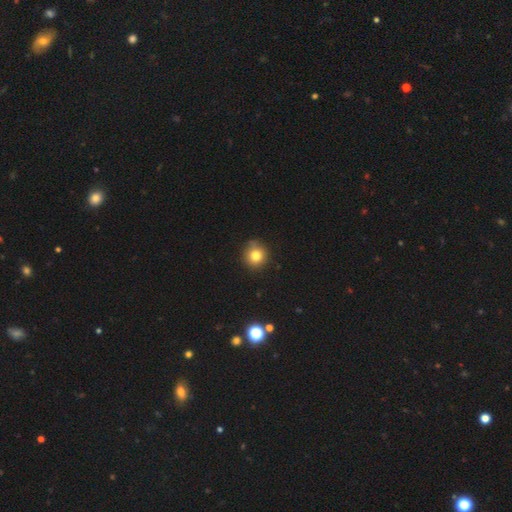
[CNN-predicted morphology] smooth_or_featured: smooth (p=0.79) [alt: star or artifact p=0.13]
how_rounded: round (p=0.91) [alt: in between p=0.08]
merging: none (p=0.82) [alt: minor disturbance p=0.13]